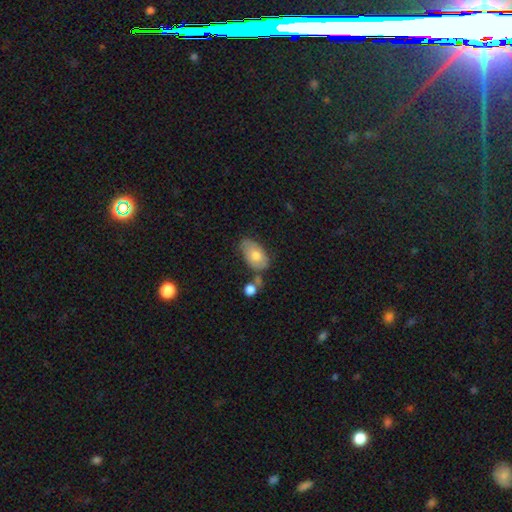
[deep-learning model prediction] Overall: smooth (62%; featured or disk 31%). How rounded: in between (91%). Merging: none (51%; minor disturbance 27%).